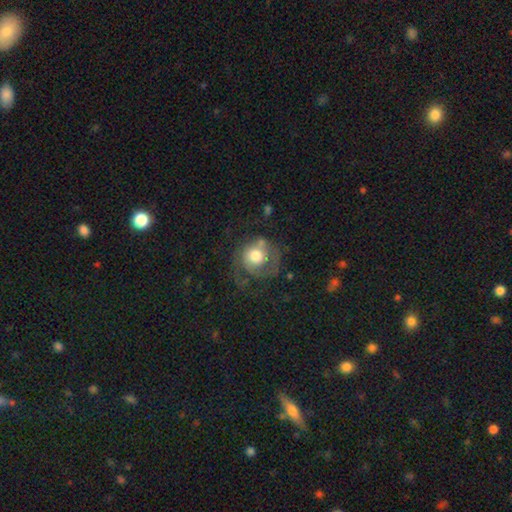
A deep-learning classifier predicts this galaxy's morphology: Overall: featured or disk (50%; smooth 41%). Edge-on disk: no (97%). Merging: none (42%; major disturbance 31%).